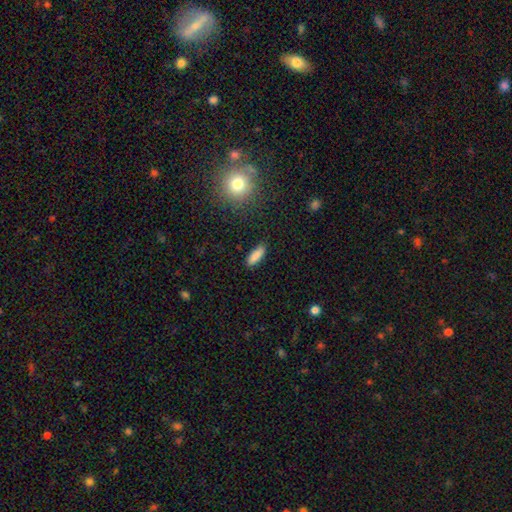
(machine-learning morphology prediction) smooth-or-featured: smooth: 87% | star or artifact: 8% | featured or disk: 6%
  how-rounded: in between: 60% | cigar-shaped: 38% | round: 2%
  merging: none: 86% | minor disturbance: 10% | major disturbance: 2% | merger: 1%